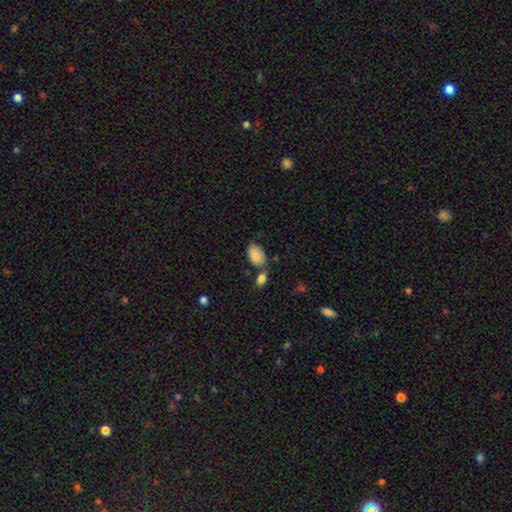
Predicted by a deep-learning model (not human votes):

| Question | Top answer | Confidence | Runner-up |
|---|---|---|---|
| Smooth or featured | smooth | 85% | featured or disk (8%) |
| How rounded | in between | 91% | round (8%) |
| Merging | none | 55% | minor disturbance (21%) |